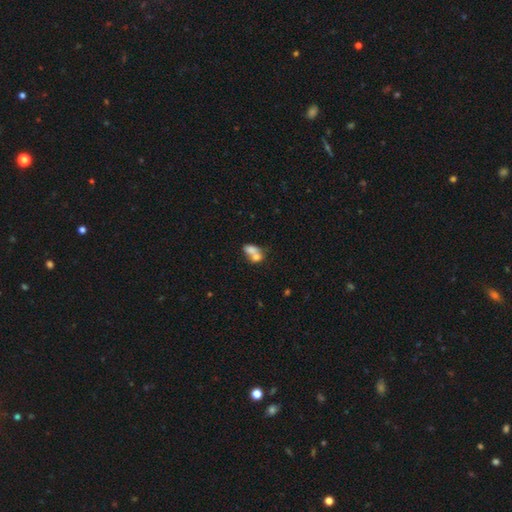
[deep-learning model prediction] smooth_or_featured: smooth (p=0.70) [alt: featured or disk p=0.20]
how_rounded: in between (p=0.74) [alt: round p=0.23]
merging: merger (p=0.67) [alt: none p=0.20]